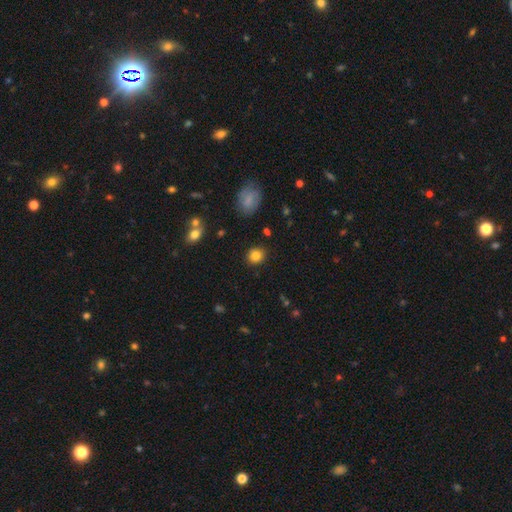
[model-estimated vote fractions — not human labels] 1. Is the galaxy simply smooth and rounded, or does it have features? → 83% smooth, 11% star or artifact, 6% featured or disk.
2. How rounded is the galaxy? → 78% round, 21% in between, 1% cigar-shaped.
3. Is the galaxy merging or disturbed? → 87% none, 8% minor disturbance, 2% major disturbance, 2% merger.